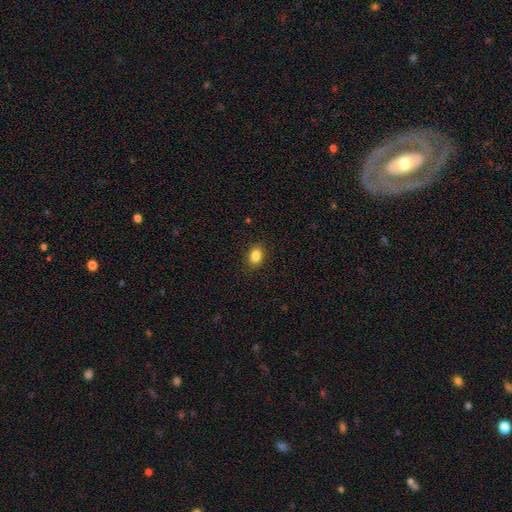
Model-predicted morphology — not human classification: Smooth or featured? smooth (85%)
How rounded? in between (76%)
Merging? none (89%)